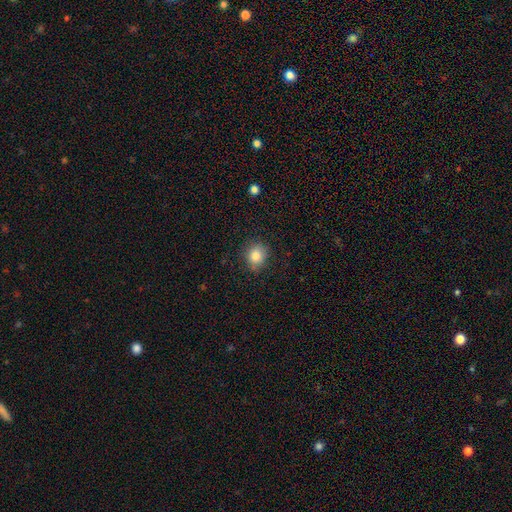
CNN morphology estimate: A smooth galaxy with no disk features (83%) that is round (79%).

Vote fractions:
- Smooth or featured? smooth: 83% / star or artifact: 10% / featured or disk: 7%
- How rounded? round: 79% / in between: 20% / cigar-shaped: 1%
- Merging? none: 84% / minor disturbance: 12% / major disturbance: 3% / merger: 1%